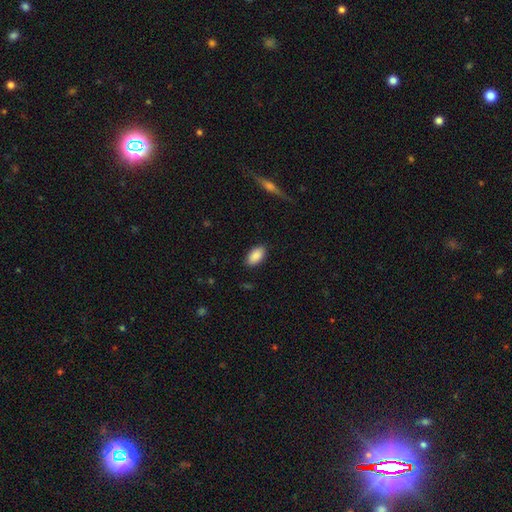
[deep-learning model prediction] Smooth or featured? Predicted: smooth (p=0.89). How rounded? Predicted: in between (p=0.94). Merging? Predicted: none (p=0.88).